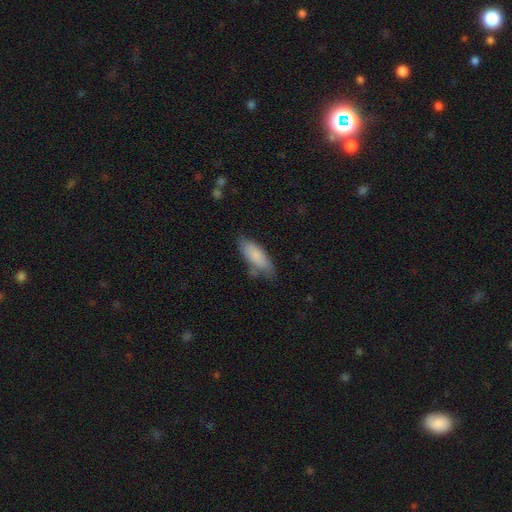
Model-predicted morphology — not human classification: smooth 83%, featured or disk 11%, star or artifact 6%. Down the decision tree: how rounded — in between (70%); merging — none (64%).